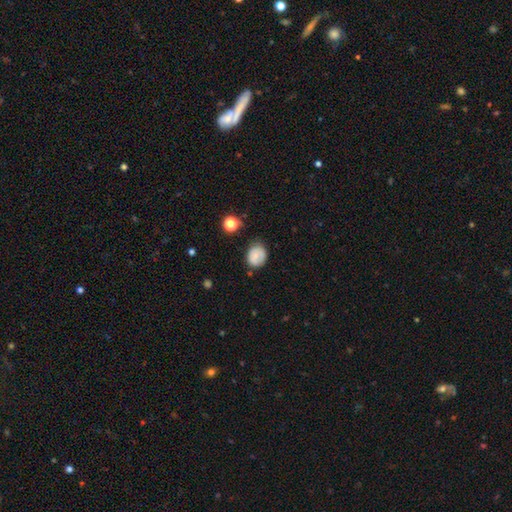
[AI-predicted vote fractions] This is likely a smooth galaxy (74%). How rounded: likely round (63%). Merging: likely none (65%).